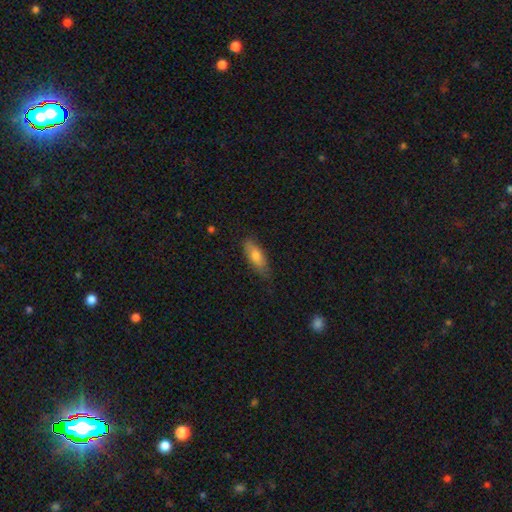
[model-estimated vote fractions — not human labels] smooth 74%, featured or disk 19%, star or artifact 6%. Down the decision tree: how rounded — in between (70%); merging — none (73%).